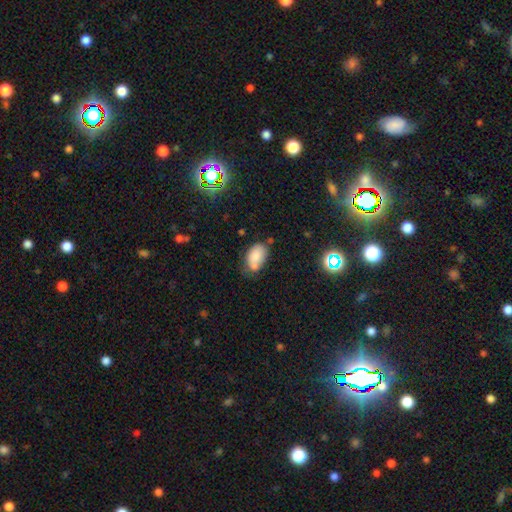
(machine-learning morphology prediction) Overall: smooth (79%). How rounded: in between (88%). Merging: none (48%; minor disturbance 25%).